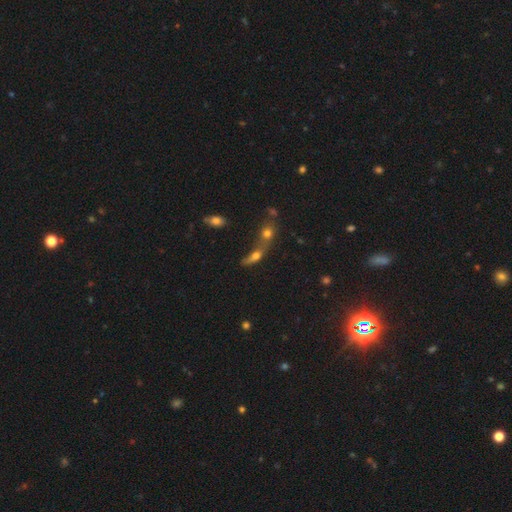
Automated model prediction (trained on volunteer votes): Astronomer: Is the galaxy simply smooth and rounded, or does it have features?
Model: smooth — 62%.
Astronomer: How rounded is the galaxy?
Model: in between — 54%.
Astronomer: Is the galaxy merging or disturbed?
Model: merger — 63%.